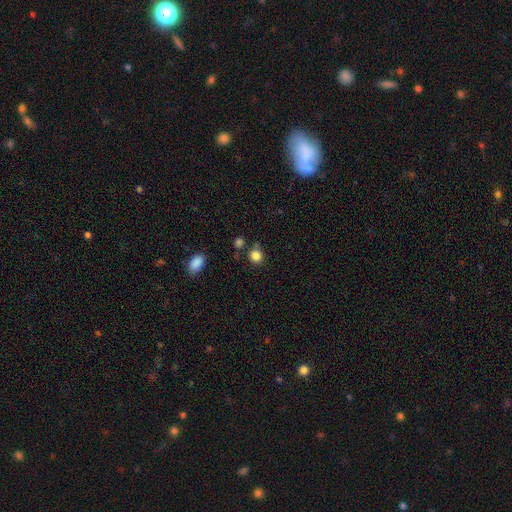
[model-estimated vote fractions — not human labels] smooth_or_featured: smooth (p=0.84) [alt: star or artifact p=0.11]
how_rounded: round (p=0.80) [alt: in between p=0.19]
merging: none (p=0.69) [alt: minor disturbance p=0.15]